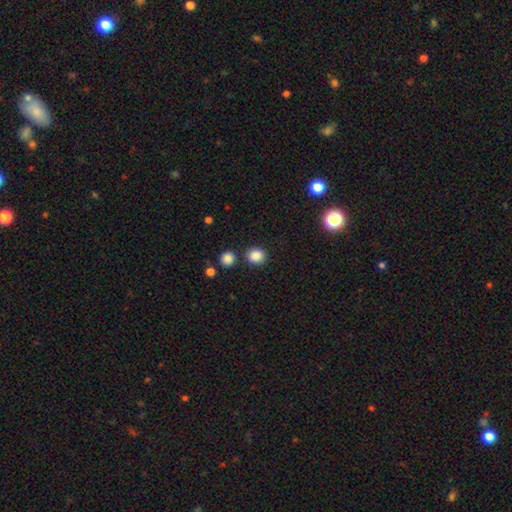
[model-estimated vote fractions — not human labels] This is clearly a smooth galaxy (86%). How rounded: likely round (73%). Merging: clearly none (82%).